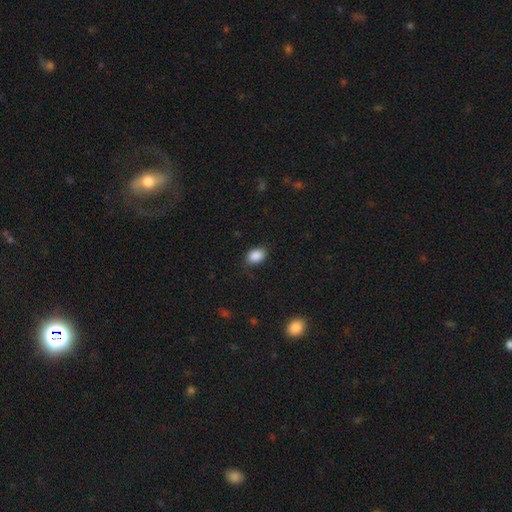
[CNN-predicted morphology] Smooth or featured?
  - smooth: 88% *
  - star or artifact: 8%
  - featured or disk: 4%
How rounded?
  - in between: 81% *
  - round: 18%
  - cigar-shaped: 1%
Merging?
  - none: 77% *
  - minor disturbance: 17%
  - major disturbance: 5%
  - merger: 1%